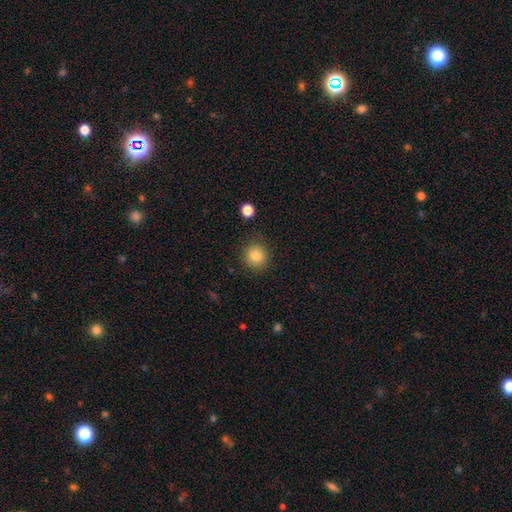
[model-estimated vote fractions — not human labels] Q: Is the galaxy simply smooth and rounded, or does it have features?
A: smooth — 83%.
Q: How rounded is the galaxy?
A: round — 88%.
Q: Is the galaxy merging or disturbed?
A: none — 87%.